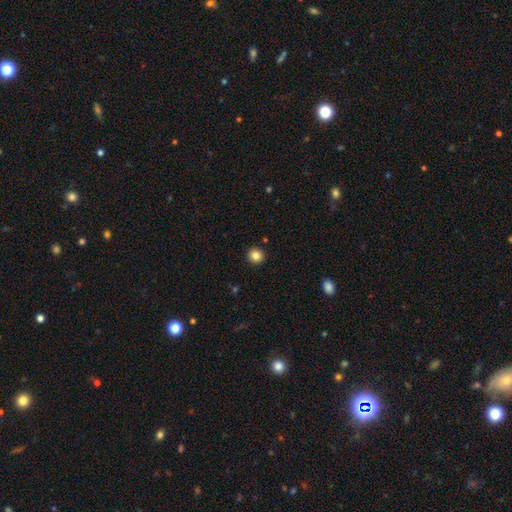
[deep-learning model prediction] A smooth galaxy with no disk features (84%) that is round (91%). Merging: none (92%).